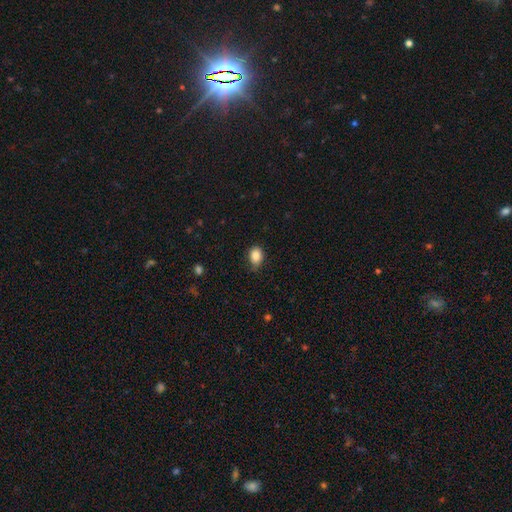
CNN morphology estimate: smooth-or-featured: smooth: 87% | star or artifact: 9% | featured or disk: 4%
  how-rounded: in between: 64% | round: 35% | cigar-shaped: 1%
  merging: none: 70% | minor disturbance: 25% | major disturbance: 4% | merger: 1%